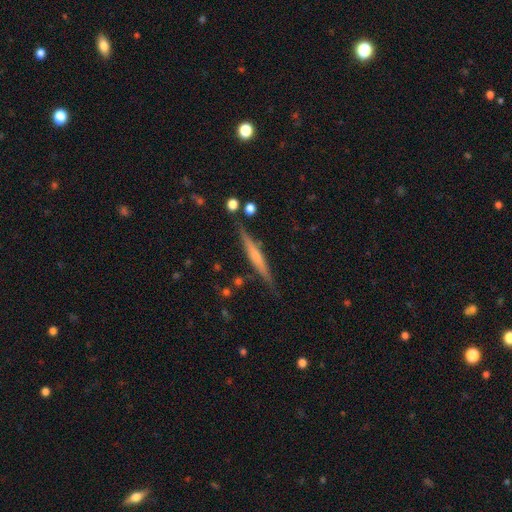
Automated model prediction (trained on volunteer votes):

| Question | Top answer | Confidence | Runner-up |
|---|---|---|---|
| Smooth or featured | featured or disk | 57% | smooth (36%) |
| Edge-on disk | yes | 96% | no (4%) |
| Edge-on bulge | none | 46% | rounded (42%) |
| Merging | none | 83% | minor disturbance (12%) |